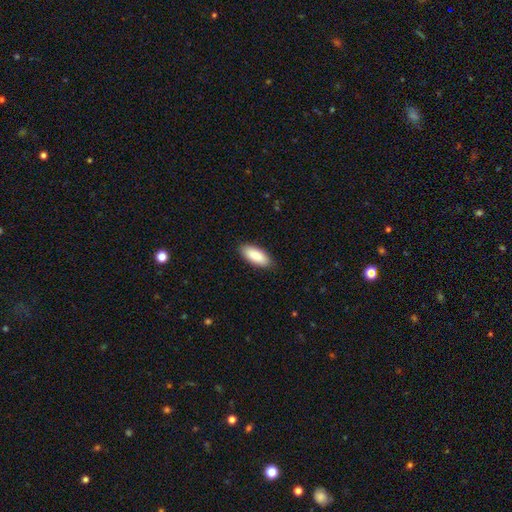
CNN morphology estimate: smooth-or-featured: smooth: 89% | featured or disk: 6% | star or artifact: 5%
  how-rounded: in between: 82% | cigar-shaped: 17% | round: 2%
  merging: none: 88% | minor disturbance: 9% | major disturbance: 2% | merger: 1%